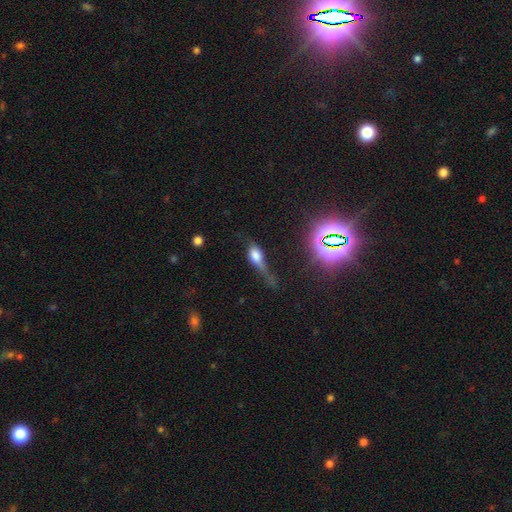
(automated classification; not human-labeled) The model was most divided on "smooth or featured": smooth: 43%, featured or disk: 40%, star or artifact: 17%. Remaining: merging — major disturbance (37%).